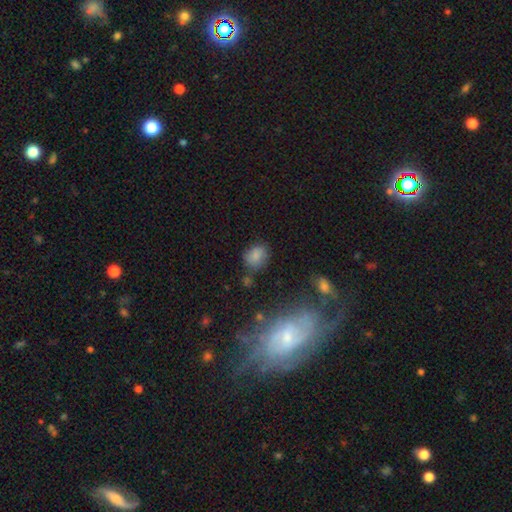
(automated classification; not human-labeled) smooth_or_featured: smooth (p=0.79) [alt: star or artifact p=0.13]
how_rounded: in between (p=0.51) [alt: round p=0.48]
merging: none (p=0.69) [alt: minor disturbance p=0.19]